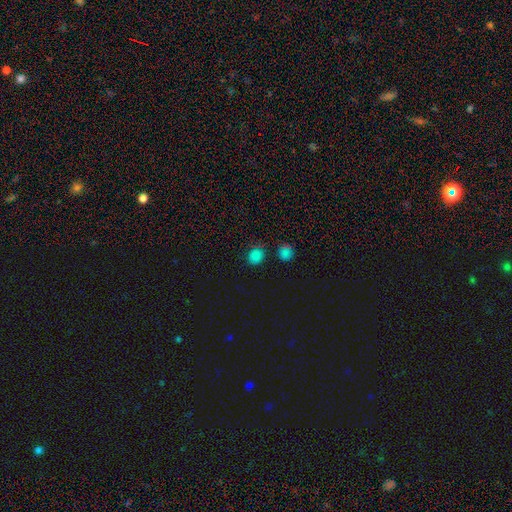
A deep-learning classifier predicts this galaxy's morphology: smooth 76%, star or artifact 20%, featured or disk 4%. Down the decision tree: how rounded — round (73%); merging — none (79%).